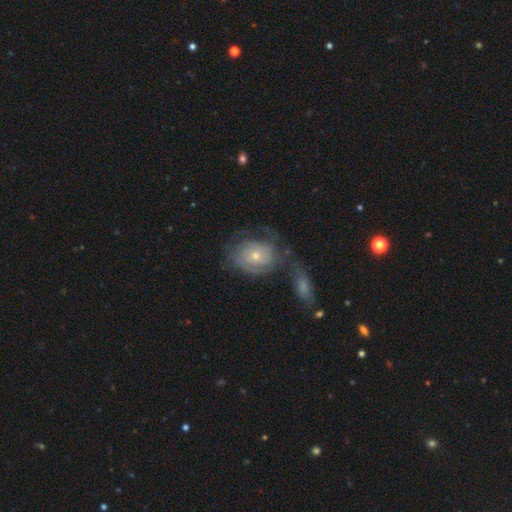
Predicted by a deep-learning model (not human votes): This is likely a featured or disk galaxy (61%). It is clearly not viewed edge-on (95%). Bar: clearly no (81%). Spiral arm pattern: likely yes (73%). Central bulge: likely small (60%). Merging: marginally none (42%).